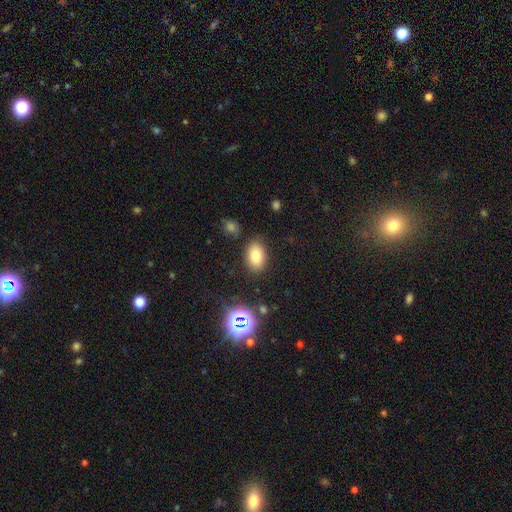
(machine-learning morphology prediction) smooth_or_featured: smooth (p=0.77) [alt: star or artifact p=0.13]
how_rounded: in between (p=0.87) [alt: round p=0.12]
merging: none (p=0.83) [alt: minor disturbance p=0.12]